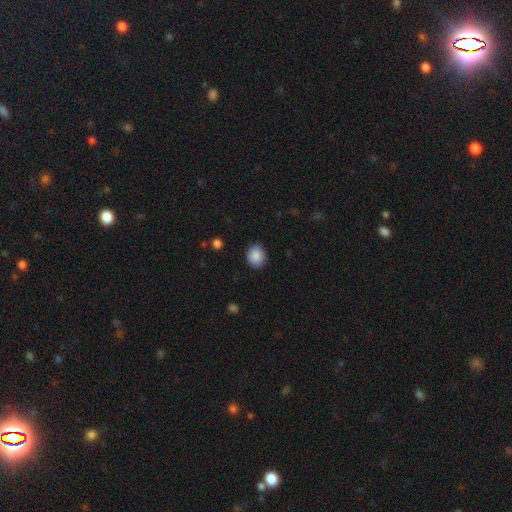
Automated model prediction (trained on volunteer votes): Smooth or featured: smooth — 88% (star or artifact — 8%)
How rounded: round — 69% (in between — 30%)
Merging: none — 86% (minor disturbance — 10%)